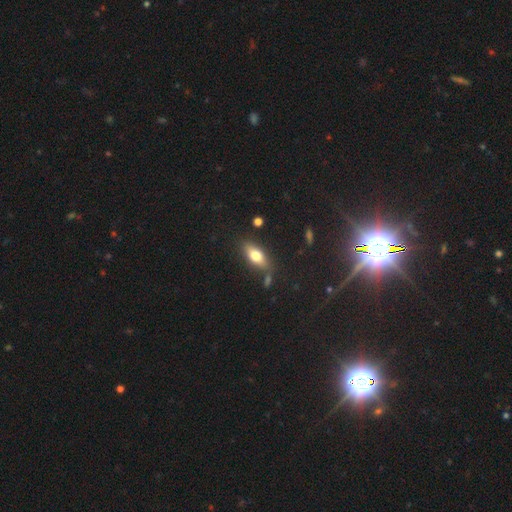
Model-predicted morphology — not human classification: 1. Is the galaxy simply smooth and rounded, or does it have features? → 69% smooth, 23% featured or disk, 8% star or artifact.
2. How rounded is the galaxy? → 76% in between, 19% cigar-shaped, 4% round.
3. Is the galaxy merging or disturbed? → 76% none, 15% minor disturbance, 5% merger, 4% major disturbance.